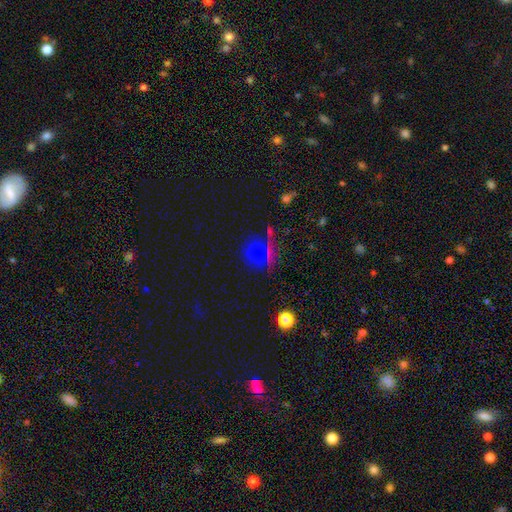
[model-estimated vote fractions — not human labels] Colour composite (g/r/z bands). It shows a star or artifact, not a galaxy (42%).